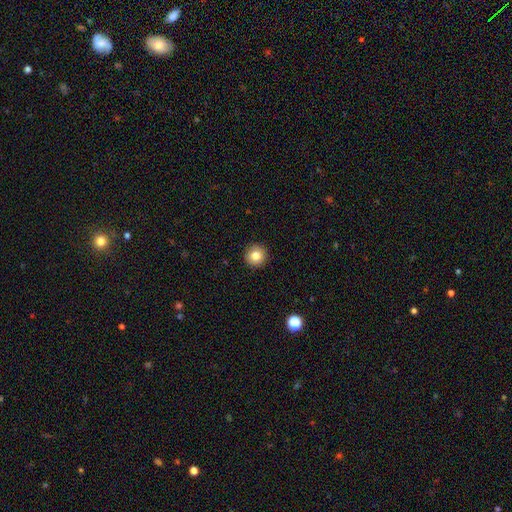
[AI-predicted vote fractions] smooth-or-featured: smooth: 81% | star or artifact: 10% | featured or disk: 8%
  how-rounded: round: 95% | in between: 4% | cigar-shaped: 1%
  merging: none: 93% | minor disturbance: 5% | major disturbance: 2% | merger: 1%